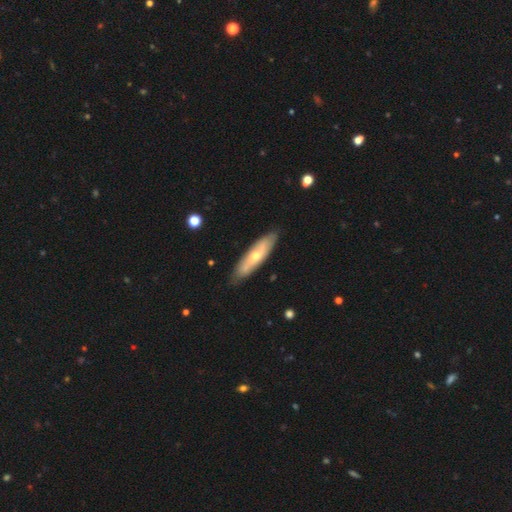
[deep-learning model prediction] featured or disk 52%, smooth 42%, star or artifact 5%. Down the decision tree: edge-on disk — no (56%); merging — none (85%).